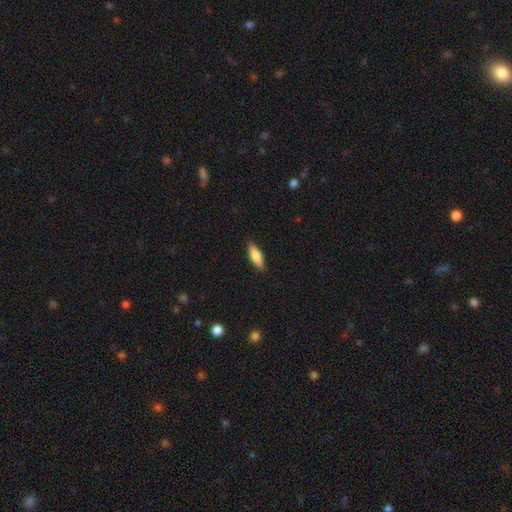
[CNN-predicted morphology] Smooth or featured? Predicted: smooth (p=0.76). How rounded? Predicted: in between (p=0.52). Merging? Predicted: none (p=0.88).